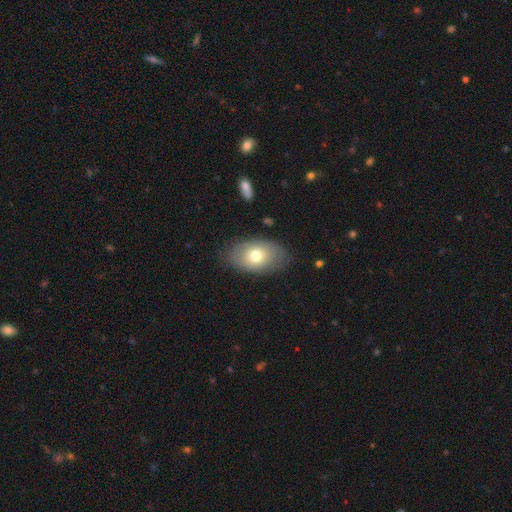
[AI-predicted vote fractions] Overall: smooth (67%). How rounded: in between (87%). Merging: none (76%).